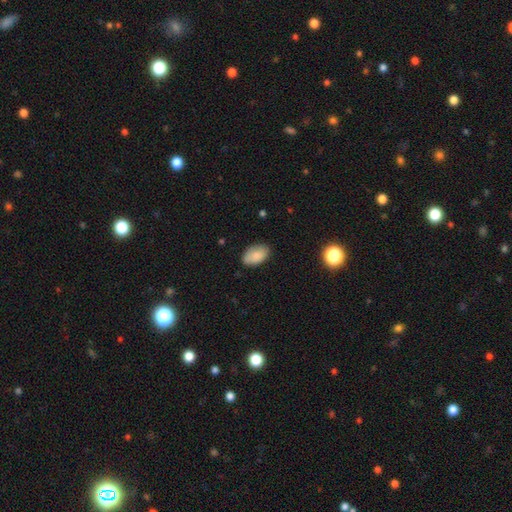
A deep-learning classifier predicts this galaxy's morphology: A smooth galaxy with no disk features (86%) that is in between round and cigar-shaped (93%). Merging: none (80%).